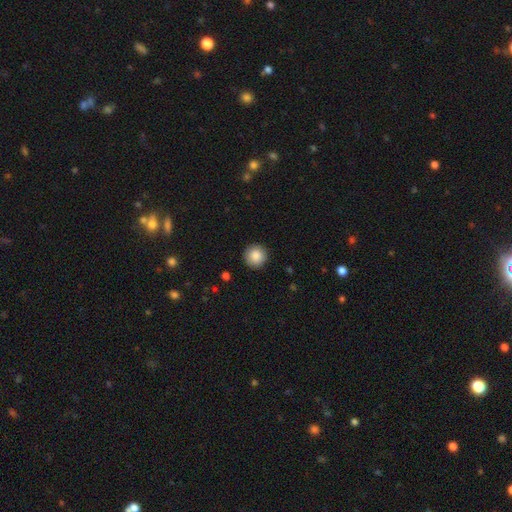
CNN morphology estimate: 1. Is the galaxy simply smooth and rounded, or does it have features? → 87% smooth, 8% star or artifact, 5% featured or disk.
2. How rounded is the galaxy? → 96% round, 3% in between, 1% cigar-shaped.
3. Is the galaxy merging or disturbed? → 92% none, 6% minor disturbance, 2% major disturbance, 1% merger.